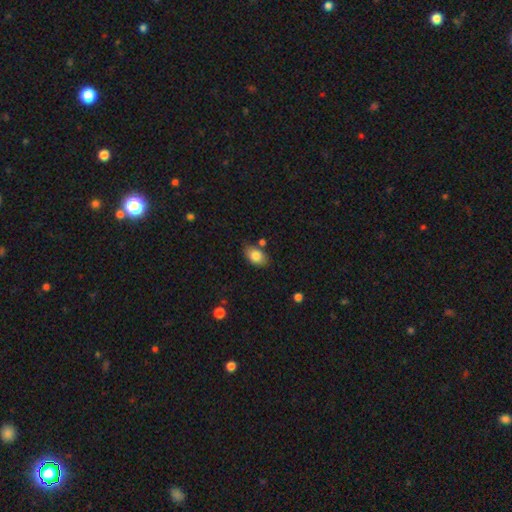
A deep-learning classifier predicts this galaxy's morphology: A smooth galaxy with no disk features (82%) that is in between round and cigar-shaped (86%).

Vote fractions:
- Smooth or featured? smooth: 82% / featured or disk: 10% / star or artifact: 8%
- How rounded? in between: 86% / round: 12% / cigar-shaped: 1%
- Merging? none: 74% / minor disturbance: 16% / merger: 7% / major disturbance: 3%